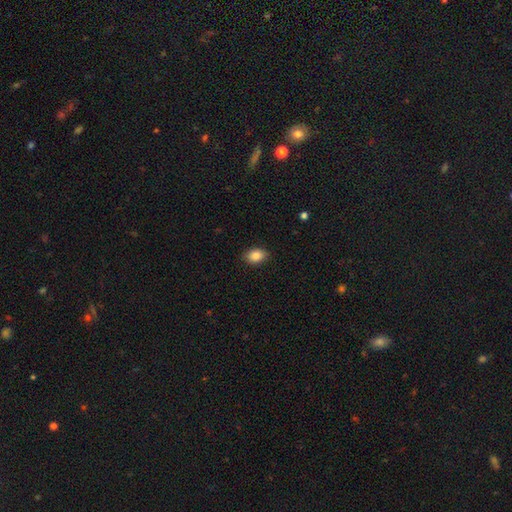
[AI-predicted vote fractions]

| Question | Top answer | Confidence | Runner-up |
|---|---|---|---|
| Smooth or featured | smooth | 86% | star or artifact (8%) |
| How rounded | in between | 80% | round (19%) |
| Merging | none | 88% | minor disturbance (9%) |